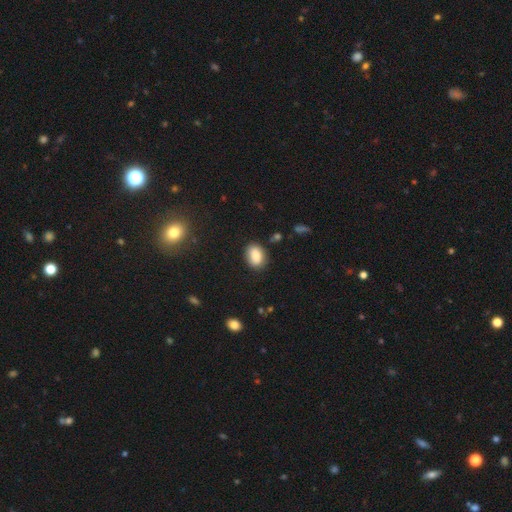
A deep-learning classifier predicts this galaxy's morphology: A smooth galaxy with no disk features (84%) that is in between round and cigar-shaped (71%).

Vote fractions:
- Smooth or featured? smooth: 84% / star or artifact: 8% / featured or disk: 8%
- How rounded? in between: 71% / round: 28% / cigar-shaped: 1%
- Merging? none: 80% / minor disturbance: 14% / major disturbance: 4% / merger: 2%